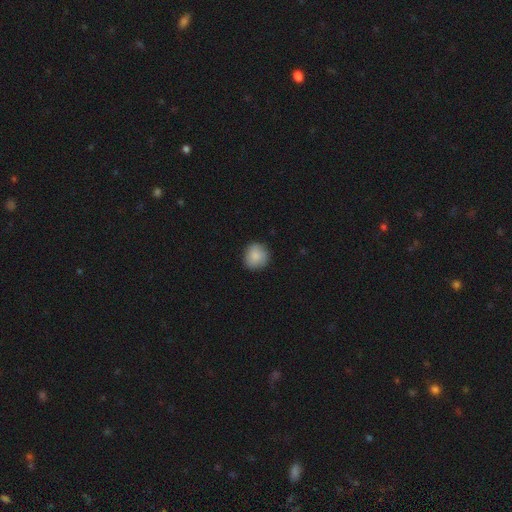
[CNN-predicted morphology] Q: Smooth or featured?
A: smooth (85%); runner-up: featured or disk (8%)
Q: How rounded?
A: round (92%); runner-up: in between (7%)
Q: Merging?
A: none (87%); runner-up: minor disturbance (10%)